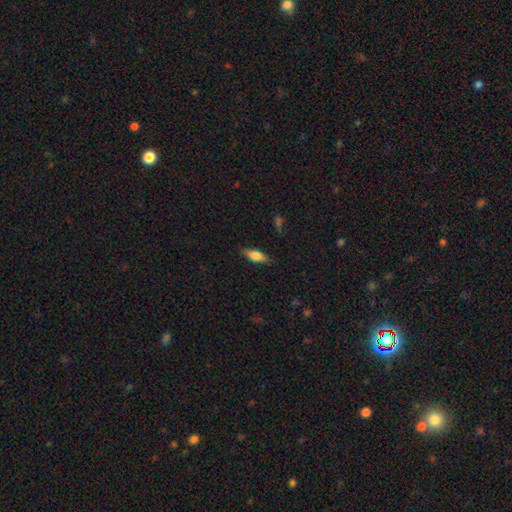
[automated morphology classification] A smooth galaxy with no disk features (65%) that is in between round and cigar-shaped (69%). Merging: none (82%).